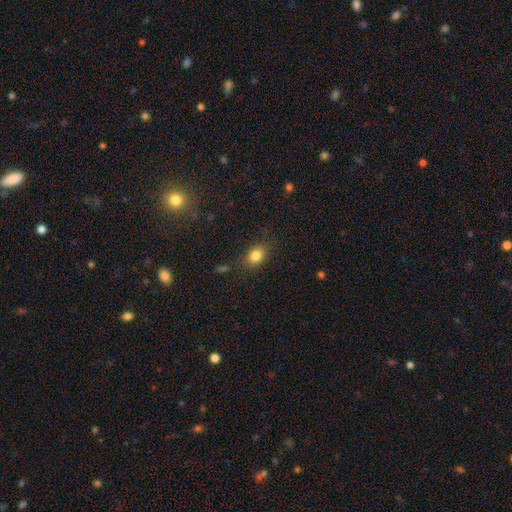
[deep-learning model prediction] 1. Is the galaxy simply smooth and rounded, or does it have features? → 83% smooth, 11% star or artifact, 7% featured or disk.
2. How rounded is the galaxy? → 59% in between, 39% round, 2% cigar-shaped.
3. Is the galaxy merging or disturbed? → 79% none, 14% minor disturbance, 5% major disturbance, 2% merger.